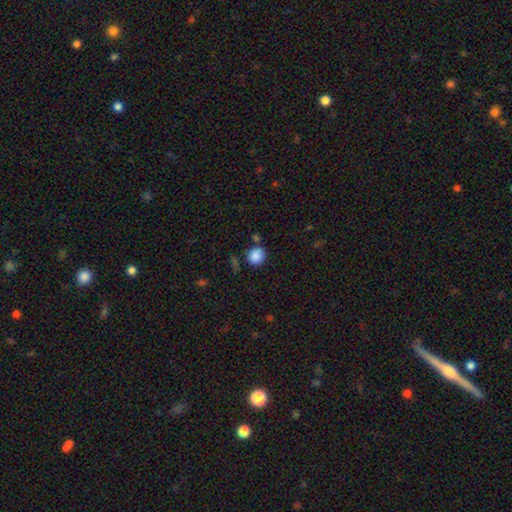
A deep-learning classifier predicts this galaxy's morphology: Smooth or featured?
  - smooth: 87% *
  - star or artifact: 10%
  - featured or disk: 4%
How rounded?
  - round: 83% *
  - in between: 16%
  - cigar-shaped: 1%
Merging?
  - none: 76% *
  - minor disturbance: 13%
  - merger: 7%
  - major disturbance: 4%